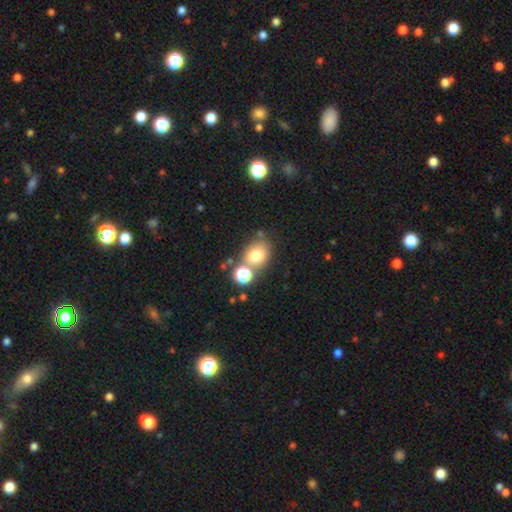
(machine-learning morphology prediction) A smooth galaxy with no disk features (73%) that is round (62%). Merging: none (58%).